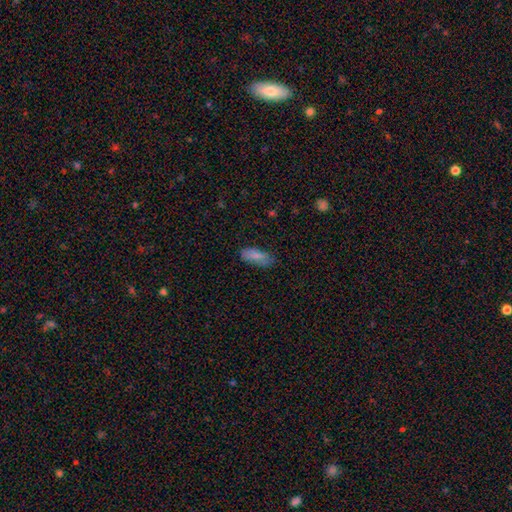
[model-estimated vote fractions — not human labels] smooth-or-featured: smooth: 81% | featured or disk: 11% | star or artifact: 7%
  how-rounded: in between: 77% | cigar-shaped: 20% | round: 2%
  merging: none: 73% | minor disturbance: 21% | major disturbance: 5% | merger: 2%